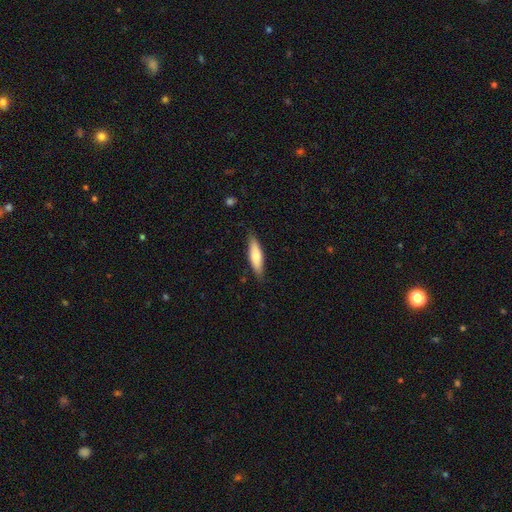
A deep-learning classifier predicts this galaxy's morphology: smooth_or_featured: smooth (p=0.69) [alt: featured or disk p=0.25]
how_rounded: cigar-shaped (p=0.63) [alt: in between p=0.36]
merging: none (p=0.84) [alt: minor disturbance p=0.13]